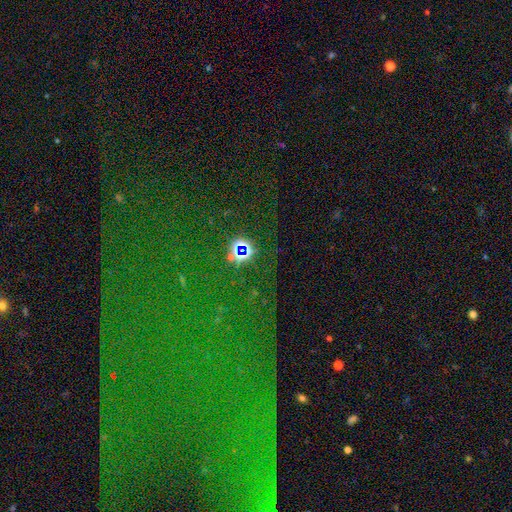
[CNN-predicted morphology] smooth-or-featured: star or artifact: 81% | smooth: 12% | featured or disk: 8%